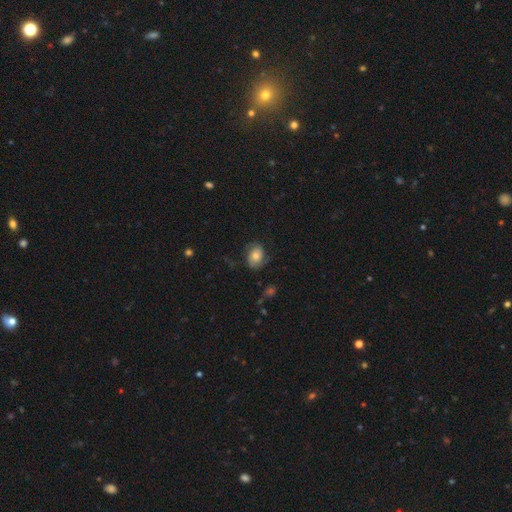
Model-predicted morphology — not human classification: type=featured or disk (46%); merging=none (65%).